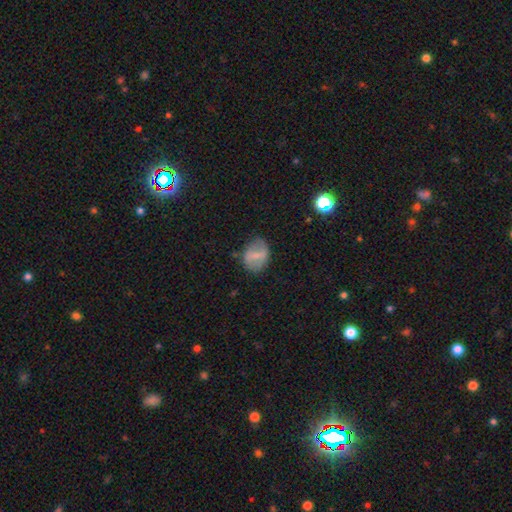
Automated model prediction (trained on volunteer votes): Smooth or featured?
  - smooth: 52% *
  - featured or disk: 39%
  - star or artifact: 8%
How rounded?
  - in between: 58% *
  - round: 40%
  - cigar-shaped: 2%
Merging?
  - none: 61% *
  - minor disturbance: 26%
  - major disturbance: 10%
  - merger: 2%